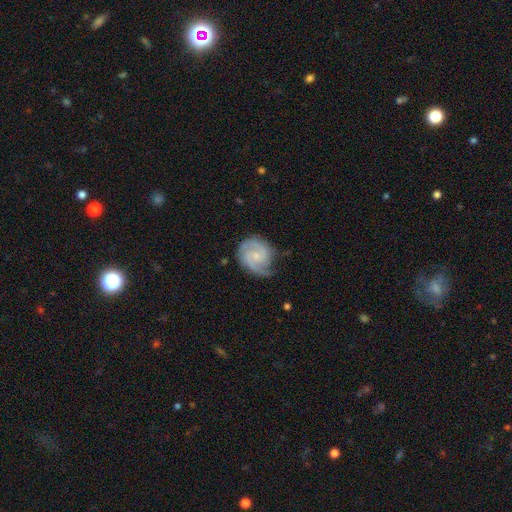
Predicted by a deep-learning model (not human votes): featured or disk 82%, smooth 13%, star or artifact 5%. Down the decision tree: edge-on disk — no (98%); bar — no (60%); spiral arms — yes (96%); spiral arm count — 2 (72%); spiral winding — tight (45%); bulge size — small (64%); merging — none (65%).